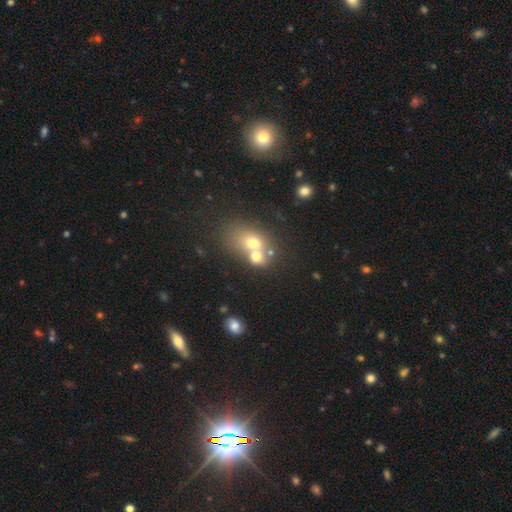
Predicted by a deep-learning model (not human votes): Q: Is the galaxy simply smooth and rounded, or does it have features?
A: smooth — 65%.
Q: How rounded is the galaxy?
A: in between — 50%.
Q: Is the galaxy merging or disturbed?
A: merger — 67%.